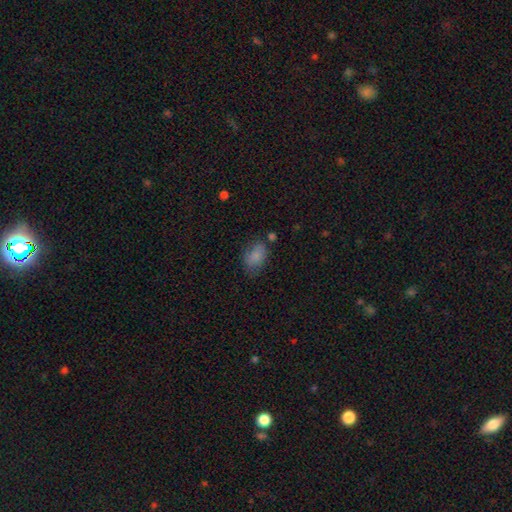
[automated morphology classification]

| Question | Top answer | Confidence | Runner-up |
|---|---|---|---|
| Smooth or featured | smooth | 83% | star or artifact (10%) |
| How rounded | in between | 84% | round (14%) |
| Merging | none | 60% | minor disturbance (26%) |